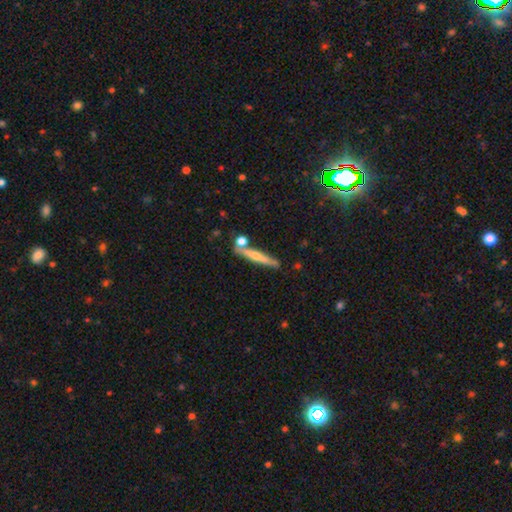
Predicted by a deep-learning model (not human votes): featured or disk 46% (tied), smooth 46% (tied), star or artifact 8%. Down the decision tree: merging — none (76%).